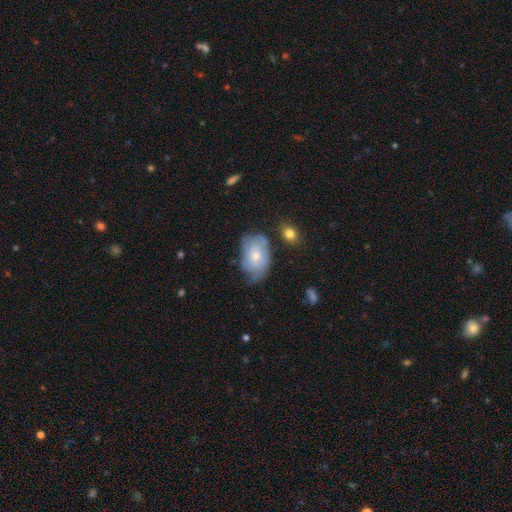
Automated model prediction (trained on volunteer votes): A smooth galaxy with no disk features (48%). Merging: none (48%).